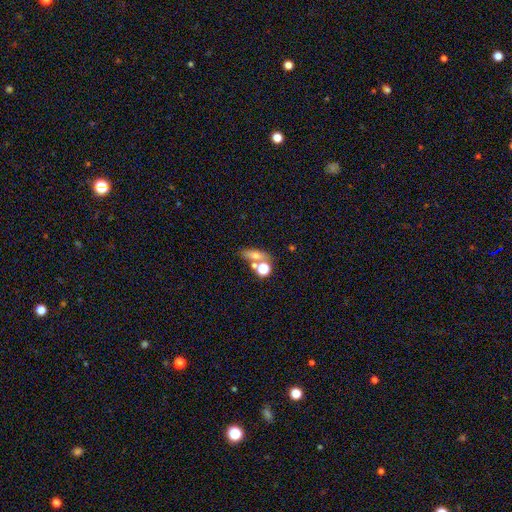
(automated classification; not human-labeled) Morphology: type=smooth (61%); roundness=in between (54%); merging=none (51%).